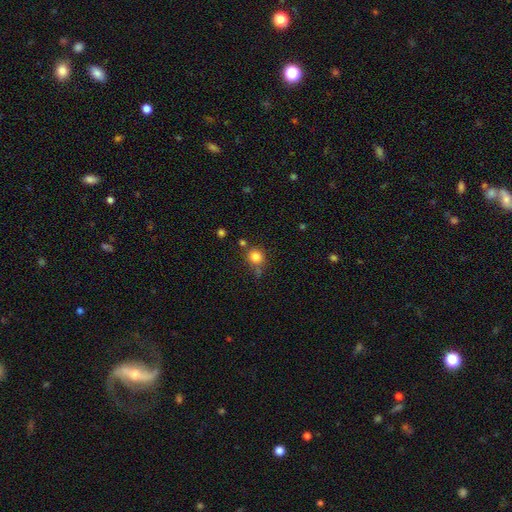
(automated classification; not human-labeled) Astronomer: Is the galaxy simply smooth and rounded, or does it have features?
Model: smooth — 81%.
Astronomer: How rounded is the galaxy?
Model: round — 88%.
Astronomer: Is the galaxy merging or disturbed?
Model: none — 69%.